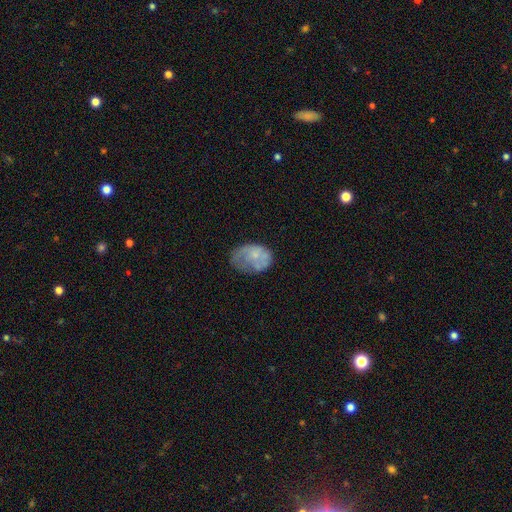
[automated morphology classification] A smooth galaxy with no disk features (54%) that is in between round and cigar-shaped (74%).

Vote fractions:
- Smooth or featured? smooth: 54% / featured or disk: 39% / star or artifact: 8%
- How rounded? in between: 74% / round: 25% / cigar-shaped: 1%
- Merging? none: 35% / minor disturbance: 34% / major disturbance: 27% / merger: 3%